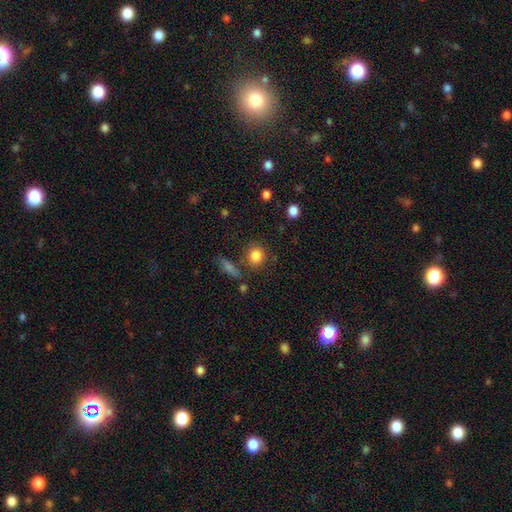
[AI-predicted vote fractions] Smooth or featured?
  - smooth: 84% *
  - star or artifact: 10%
  - featured or disk: 6%
How rounded?
  - round: 78% *
  - in between: 20%
  - cigar-shaped: 2%
Merging?
  - none: 77% *
  - minor disturbance: 11%
  - merger: 8%
  - major disturbance: 4%